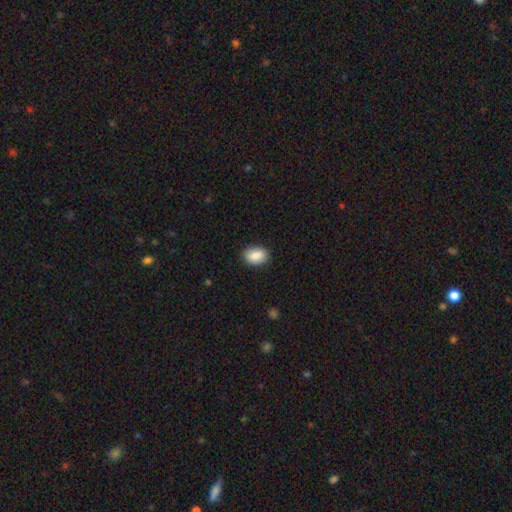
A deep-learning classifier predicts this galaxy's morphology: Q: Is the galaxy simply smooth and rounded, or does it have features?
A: smooth — 88%.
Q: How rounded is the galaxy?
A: in between — 79%.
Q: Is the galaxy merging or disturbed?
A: none — 89%.